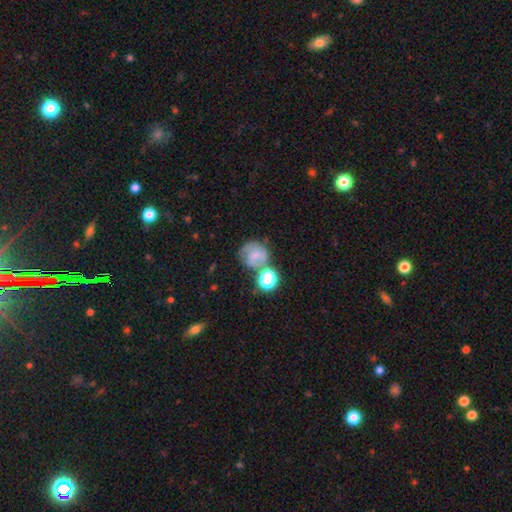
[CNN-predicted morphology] Smooth or featured: featured or disk — 45% (smooth — 42%)
Merging: none — 44% (merger — 23%)